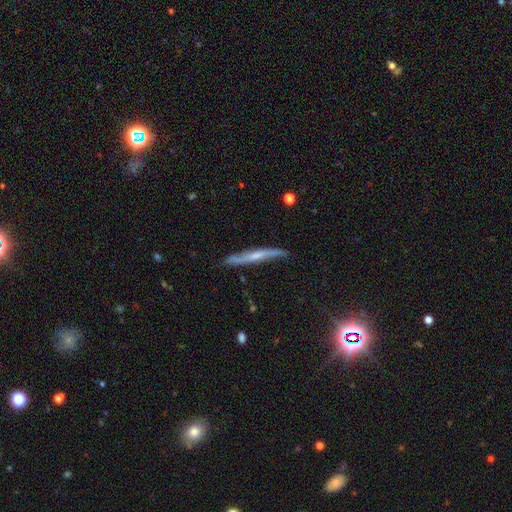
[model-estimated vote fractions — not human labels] This appears to be a featured or disk galaxy (66%) viewed edge-on (77%) with no central bulge (46%, tied with rounded). Merging: none (76%).